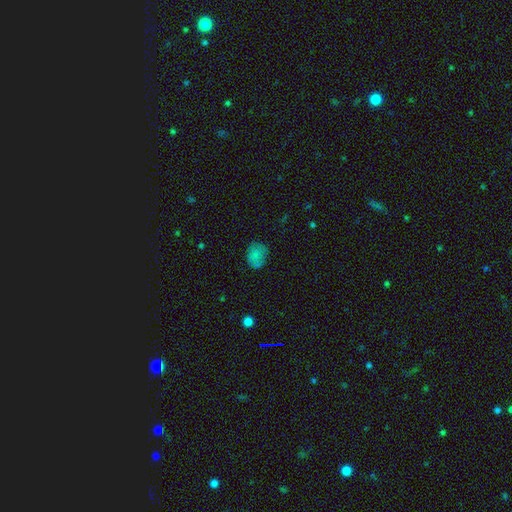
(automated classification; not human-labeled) Morphology: type=smooth (77%); roundness=in between (53%); merging=none (67%).